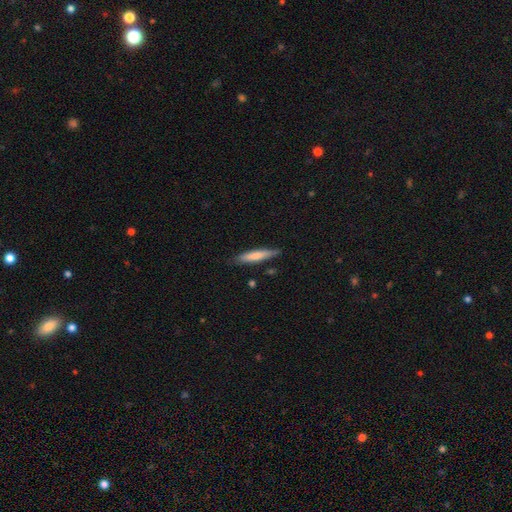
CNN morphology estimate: Smooth or featured? smooth (71%)
How rounded? cigar-shaped (88%)
Merging? none (83%)